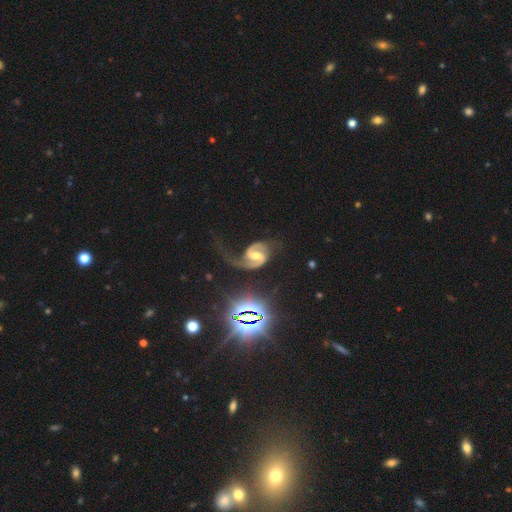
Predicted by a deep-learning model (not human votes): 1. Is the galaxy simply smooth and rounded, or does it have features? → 88% featured or disk, 7% star or artifact, 5% smooth.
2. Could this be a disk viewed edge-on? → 98% no, 2% yes.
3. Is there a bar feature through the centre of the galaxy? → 47% weak, 31% strong, 22% no.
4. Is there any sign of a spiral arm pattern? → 97% yes, 3% no.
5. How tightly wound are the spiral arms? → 47% medium, 38% loose, 15% tight.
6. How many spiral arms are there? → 84% 2, 10% 1, 3% can't tell, 1% 3, 1% 4, 1% more than 4.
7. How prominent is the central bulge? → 65% moderate, 25% small, 7% large, 2% none, 1% dominant.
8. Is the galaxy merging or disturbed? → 47% none, 30% major disturbance, 21% minor disturbance, 3% merger.